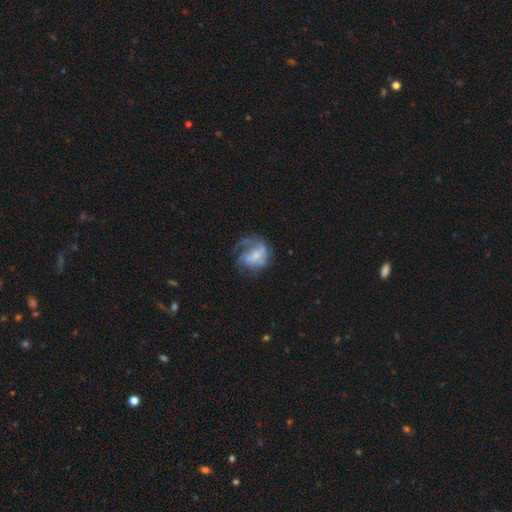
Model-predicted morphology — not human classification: Q: Smooth or featured?
A: featured or disk (68%); runner-up: smooth (24%)
Q: Edge-on disk?
A: no (98%); runner-up: yes (2%)
Q: Bar?
A: weak (43%); runner-up: no (41%)
Q: Spiral arms?
A: yes (82%); runner-up: no (18%)
Q: Spiral winding?
A: medium (40%); runner-up: loose (34%)
Q: Spiral arm count?
A: 1 (35%); runner-up: can't tell (22%)
Q: Bulge size?
A: small (41%); runner-up: moderate (29%)
Q: Merging?
A: none (44%); runner-up: major disturbance (33%)